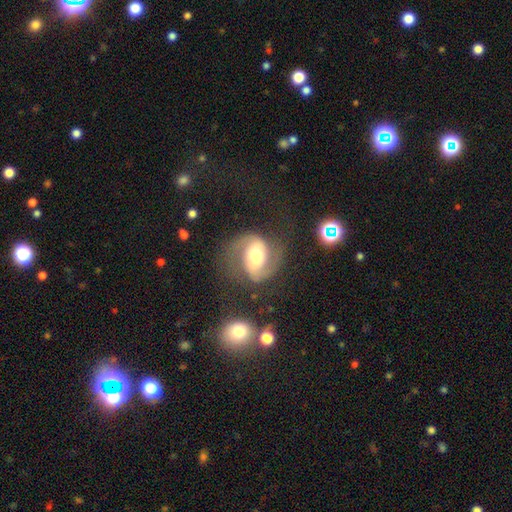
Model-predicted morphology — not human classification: Smooth or featured? featured or disk (85%)
Edge-on disk? no (98%)
Bar? weak (38%)
Spiral arms? yes (96%)
Spiral winding? medium (58%)
Spiral arm count? 2 (93%)
Bulge size? moderate (55%)
Merging? none (73%)